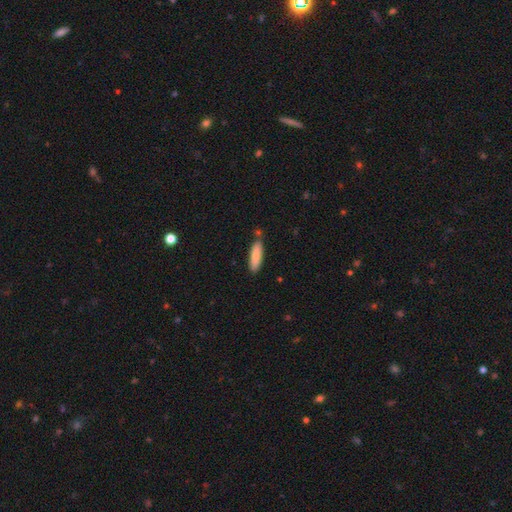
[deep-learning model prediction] Smooth or featured?
  - smooth: 82% *
  - featured or disk: 13%
  - star or artifact: 6%
How rounded?
  - cigar-shaped: 63% *
  - in between: 35%
  - round: 1%
Merging?
  - none: 78% *
  - minor disturbance: 14%
  - merger: 6%
  - major disturbance: 2%